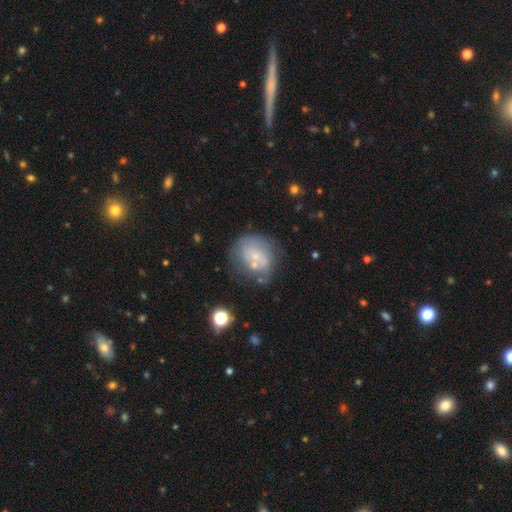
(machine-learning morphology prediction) Smooth or featured?
  - smooth: 48% *
  - featured or disk: 41%
  - star or artifact: 11%
Merging?
  - none: 44% *
  - minor disturbance: 23%
  - merger: 19%
  - major disturbance: 13%